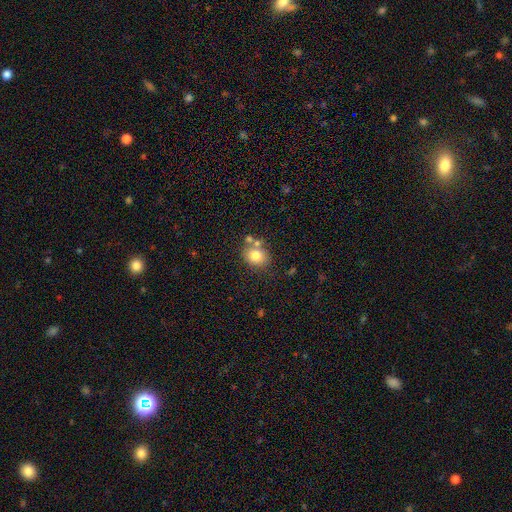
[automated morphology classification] This appears to be a smooth galaxy with no disk features (76%) that is round (61%). Merging: none (65%).